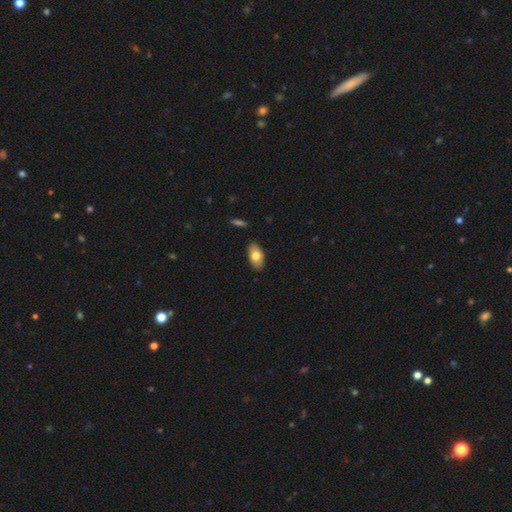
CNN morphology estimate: The model was most divided on "smooth or featured": smooth: 77%, featured or disk: 17%, star or artifact: 6%. More confident: how rounded — in between (93%); merging — none (87%).